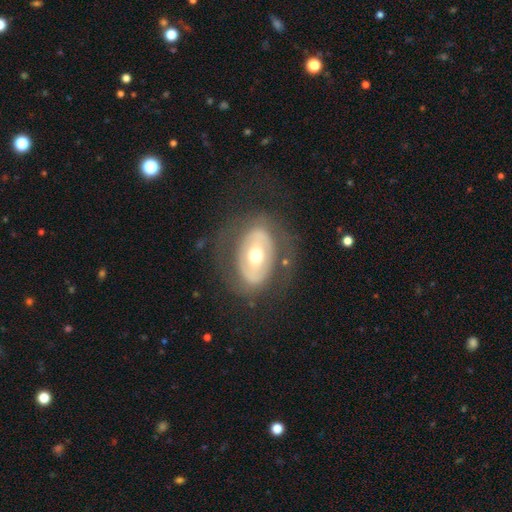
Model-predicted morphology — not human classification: This is likely a featured or disk galaxy (62%). It is clearly not viewed edge-on (92%). Bar: possibly no (55%). Spiral arm pattern: likely no (74%). Central bulge: likely moderate (71%). Merging: likely none (72%).